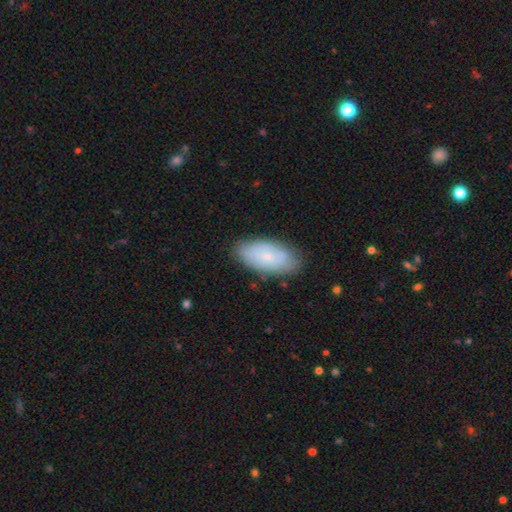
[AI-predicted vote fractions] smooth-or-featured: smooth: 67% | featured or disk: 27% | star or artifact: 7%
  how-rounded: in between: 94% | cigar-shaped: 3% | round: 3%
  merging: none: 78% | minor disturbance: 17% | major disturbance: 4% | merger: 2%